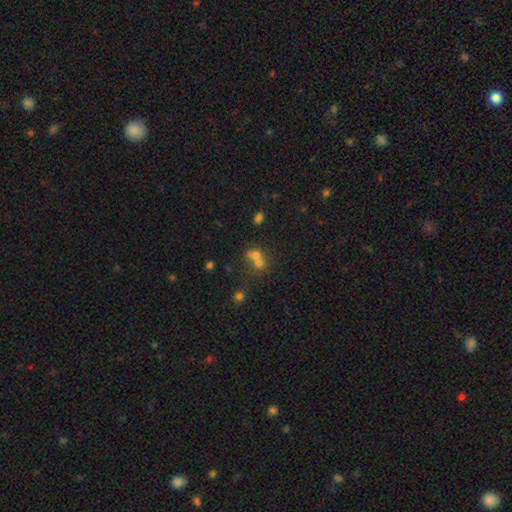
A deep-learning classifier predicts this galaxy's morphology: A smooth galaxy with no disk features (62%) that is round (67%). Merging: merger (61%).